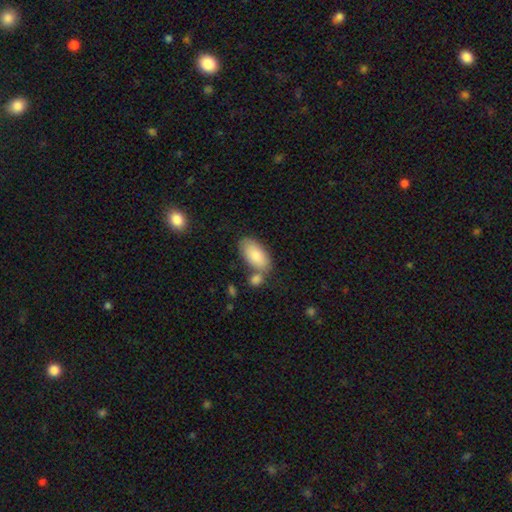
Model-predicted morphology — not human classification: The model was most divided on "merging": none: 62%, merger: 18%, minor disturbance: 15%, major disturbance: 4%. More confident: how rounded — in between (94%); smooth or featured — smooth (82%).